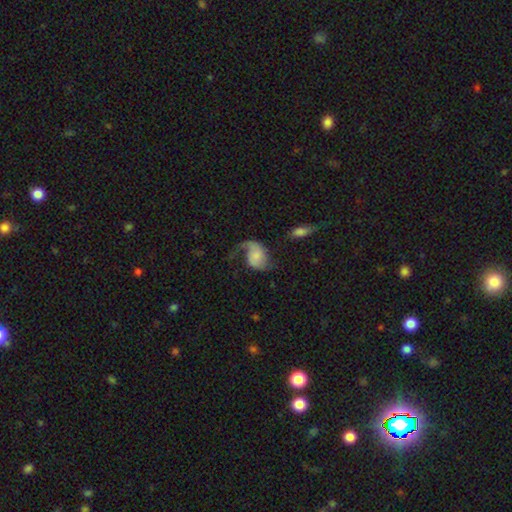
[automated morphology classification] The model was most divided on "bulge size": small: 34%, none: 29%, moderate: 22%, large: 11%, dominant: 4%. Remaining: edge-on disk — no (97%); spiral arms — yes (88%); bar — no (67%); smooth or featured — featured or disk (56%); merging — major disturbance (41%).